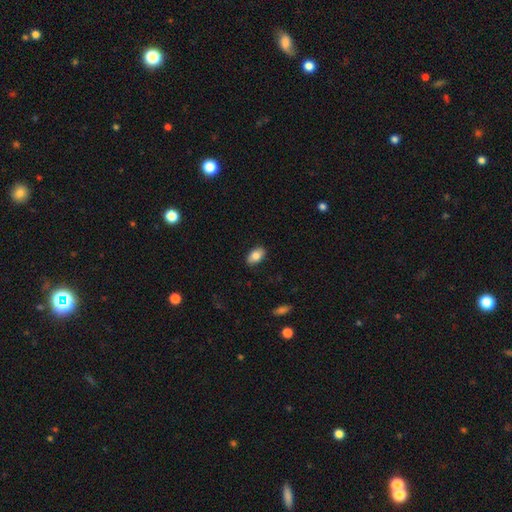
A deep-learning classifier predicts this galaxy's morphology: smooth 82%, featured or disk 11%, star or artifact 7%. Down the decision tree: how rounded — in between (92%); merging — none (87%).